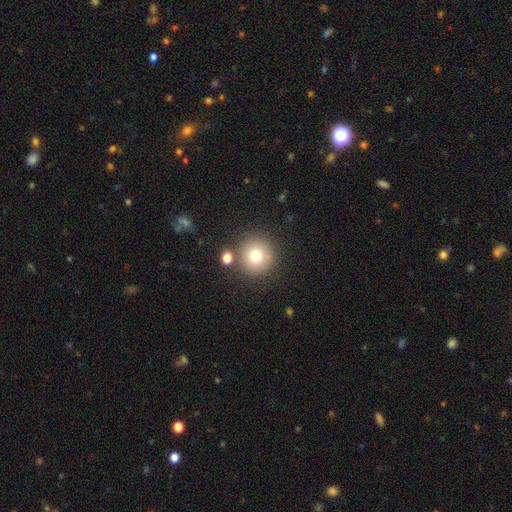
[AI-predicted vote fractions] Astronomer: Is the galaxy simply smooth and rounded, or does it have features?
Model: smooth — 75%.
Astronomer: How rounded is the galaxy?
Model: round — 94%.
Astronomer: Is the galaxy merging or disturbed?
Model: none — 82%.